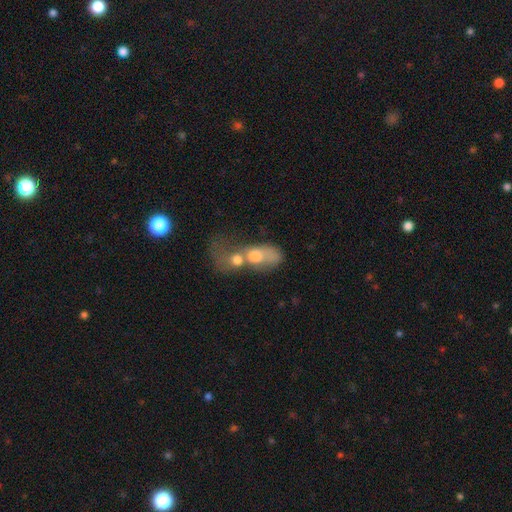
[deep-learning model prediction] A smooth galaxy with no disk features (48%).

Vote fractions:
- Smooth or featured? smooth: 48% / featured or disk: 39% / star or artifact: 13%
- Merging? merger: 75% / major disturbance: 10% / none: 10% / minor disturbance: 5%